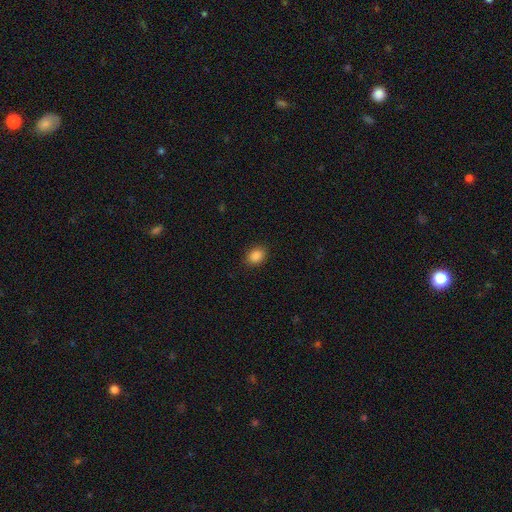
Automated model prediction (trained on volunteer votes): Smooth or featured?
  - smooth: 87% *
  - star or artifact: 10%
  - featured or disk: 3%
How rounded?
  - in between: 60% *
  - round: 39%
  - cigar-shaped: 1%
Merging?
  - none: 88% *
  - minor disturbance: 8%
  - major disturbance: 2%
  - merger: 1%